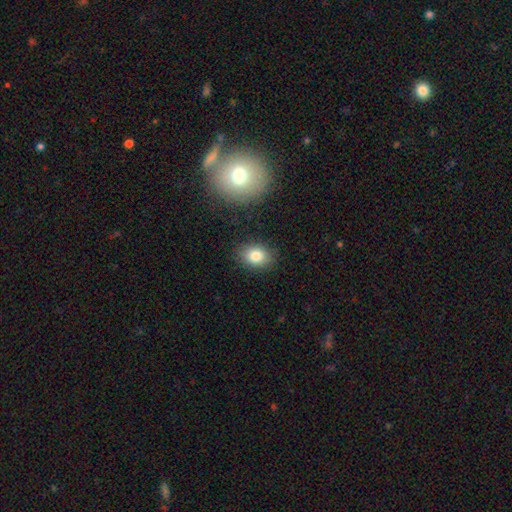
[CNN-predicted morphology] Overall: smooth (83%). How rounded: in between (69%; round 30%). Merging: none (85%).